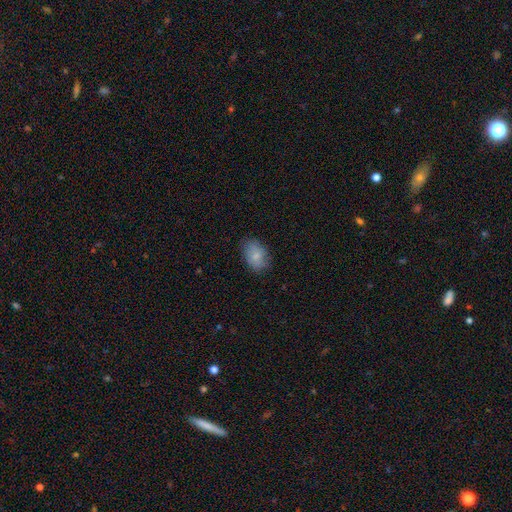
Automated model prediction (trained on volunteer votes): Morphology: type=smooth (81%); roundness=in between (86%); merging=none (77%).